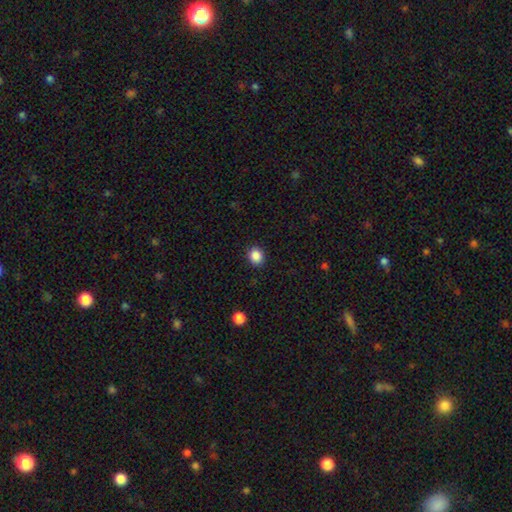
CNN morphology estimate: Smooth or featured? smooth (87%)
How rounded? round (71%)
Merging? none (90%)